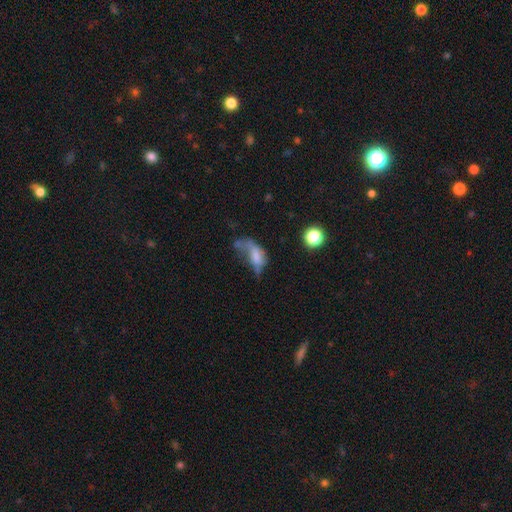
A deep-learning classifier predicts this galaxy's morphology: smooth_or_featured: smooth (p=0.54) [alt: featured or disk p=0.32]
how_rounded: in between (p=0.83) [alt: cigar-shaped p=0.09]
merging: major disturbance (p=0.46) [alt: minor disturbance p=0.20]